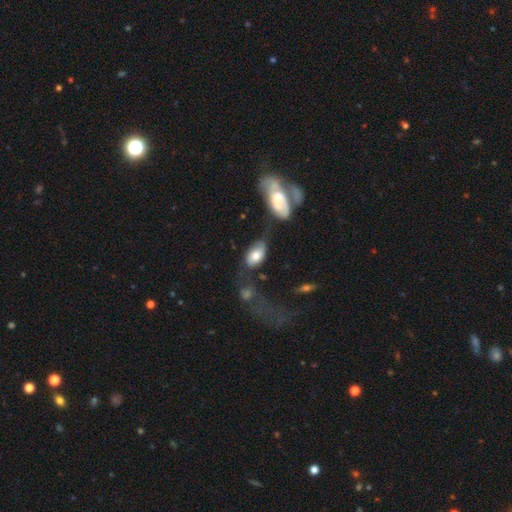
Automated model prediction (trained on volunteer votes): Q: Smooth or featured?
A: smooth (66%); runner-up: featured or disk (27%)
Q: How rounded?
A: in between (91%); runner-up: round (7%)
Q: Merging?
A: none (36%); runner-up: minor disturbance (25%)